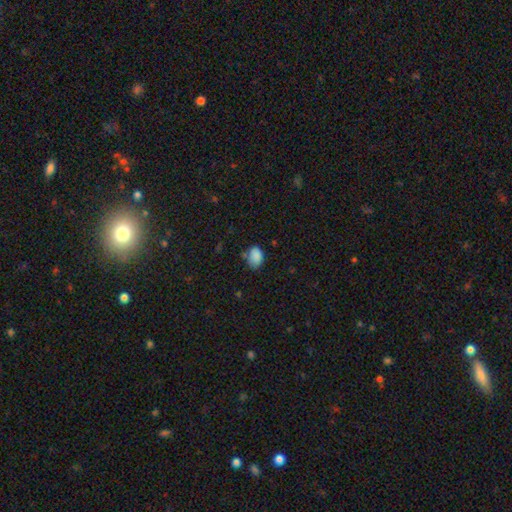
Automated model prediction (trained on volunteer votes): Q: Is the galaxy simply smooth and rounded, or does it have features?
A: smooth — 86%.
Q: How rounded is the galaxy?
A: in between — 77%.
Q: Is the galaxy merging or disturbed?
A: none — 61%.